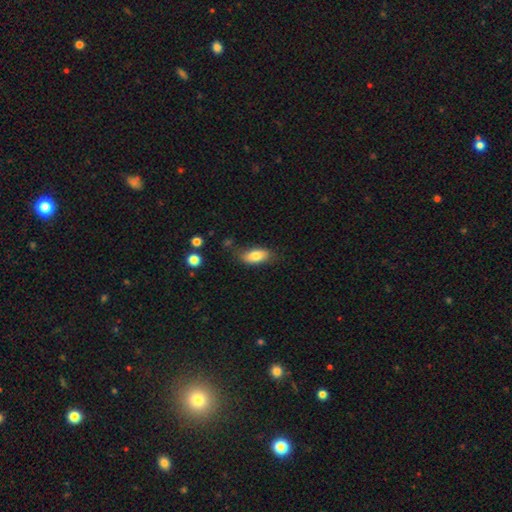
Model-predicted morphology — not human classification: Overall: smooth (80%). How rounded: in between (88%). Merging: none (75%).